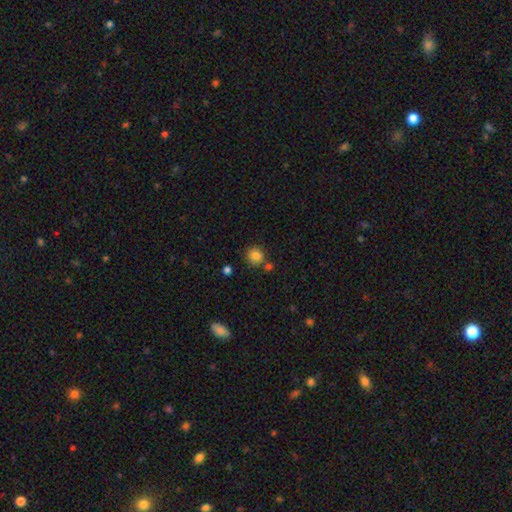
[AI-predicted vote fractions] This appears to be a smooth galaxy with no disk features (83%) that is round (87%). Merging: none (74%).